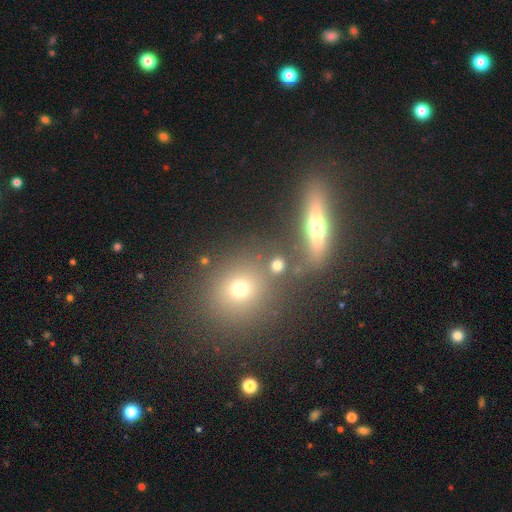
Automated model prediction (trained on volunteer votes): Smooth or featured?
  - smooth: 41% *
  - featured or disk: 35%
  - star or artifact: 24%
Merging?
  - none: 69% *
  - merger: 19%
  - minor disturbance: 9%
  - major disturbance: 4%